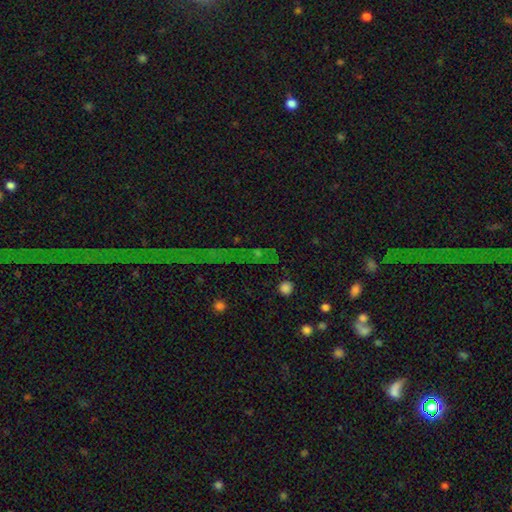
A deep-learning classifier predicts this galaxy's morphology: Smooth or featured? Predicted: star or artifact (p=0.77).